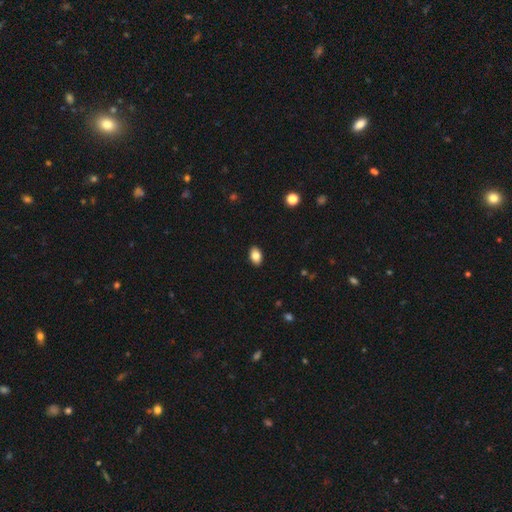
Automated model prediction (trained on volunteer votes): smooth-or-featured: smooth: 84% | star or artifact: 8% | featured or disk: 8%
  how-rounded: in between: 87% | round: 11% | cigar-shaped: 1%
  merging: none: 90% | minor disturbance: 7% | major disturbance: 2% | merger: 1%